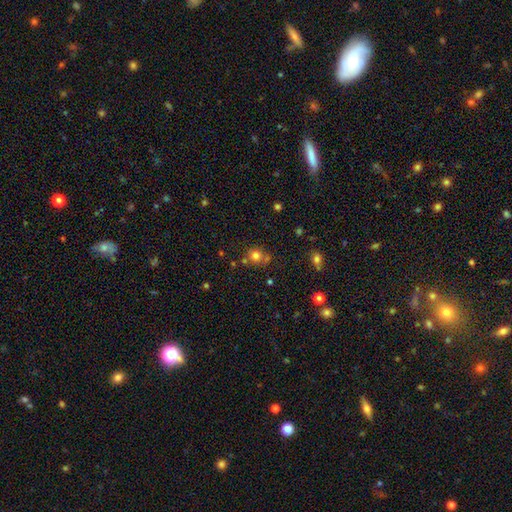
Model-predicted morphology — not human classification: Smooth or featured: smooth — 74% (star or artifact — 17%)
How rounded: round — 86% (in between — 13%)
Merging: none — 67% (merger — 17%)